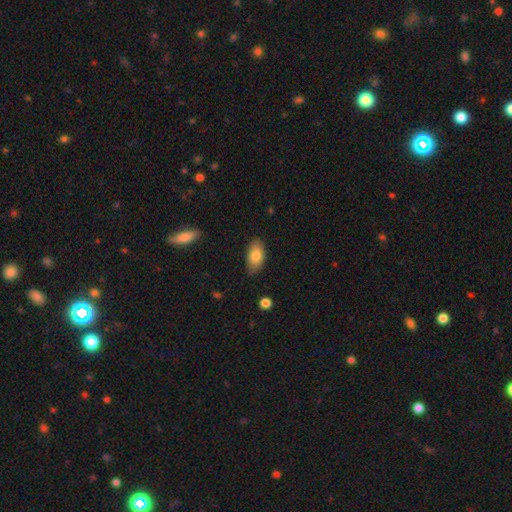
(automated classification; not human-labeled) A smooth galaxy with no disk features (80%) that is in between round and cigar-shaped (92%).

Vote fractions:
- Smooth or featured? smooth: 80% / featured or disk: 14% / star or artifact: 7%
- How rounded? in between: 92% / round: 4% / cigar-shaped: 4%
- Merging? none: 81% / minor disturbance: 15% / major disturbance: 3% / merger: 1%